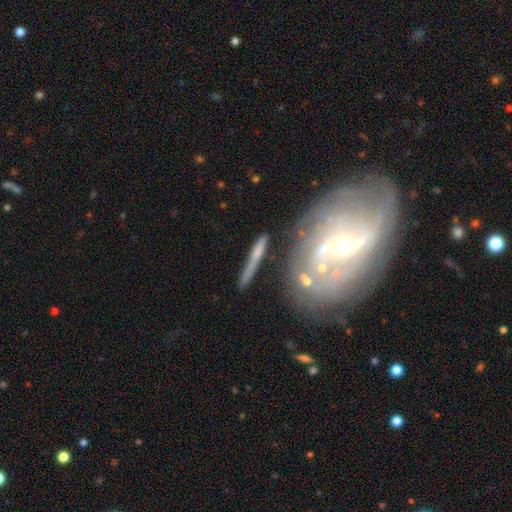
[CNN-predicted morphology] Smooth or featured?
  - featured or disk: 59% *
  - smooth: 32%
  - star or artifact: 9%
Edge-on disk?
  - yes: 72% *
  - no: 28%
Merging?
  - none: 68% *
  - minor disturbance: 16%
  - merger: 10%
  - major disturbance: 7%